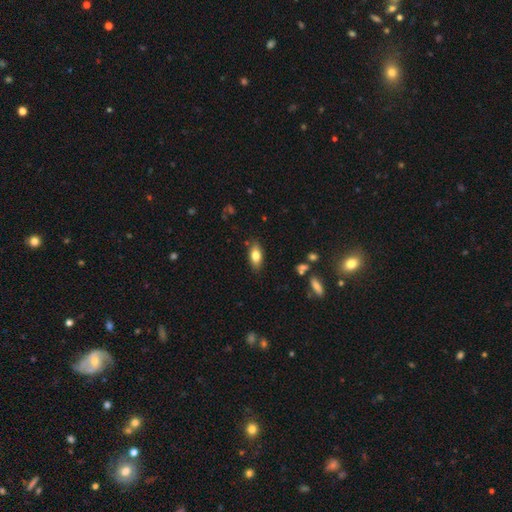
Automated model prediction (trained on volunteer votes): Smooth or featured? Predicted: smooth (p=0.78). How rounded? Predicted: in between (p=0.86). Merging? Predicted: none (p=0.84).